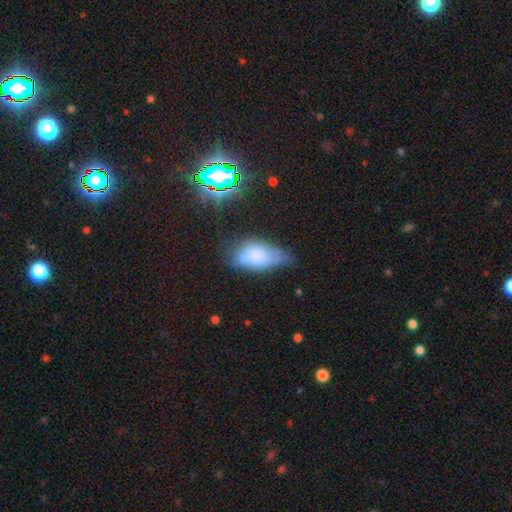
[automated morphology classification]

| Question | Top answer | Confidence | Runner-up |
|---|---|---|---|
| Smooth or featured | smooth | 61% | featured or disk (28%) |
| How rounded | in between | 89% | cigar-shaped (6%) |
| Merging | minor disturbance | 34% | none (32%) |